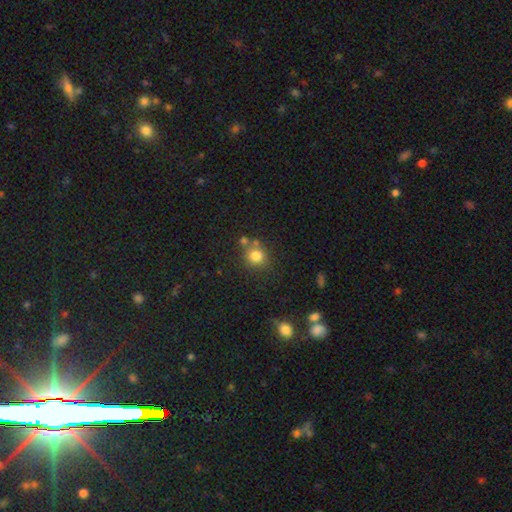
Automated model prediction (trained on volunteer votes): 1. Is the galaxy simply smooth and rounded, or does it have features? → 80% smooth, 13% star or artifact, 7% featured or disk.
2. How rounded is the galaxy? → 87% round, 12% in between, 1% cigar-shaped.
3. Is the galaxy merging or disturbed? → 66% none, 18% merger, 11% minor disturbance, 4% major disturbance.